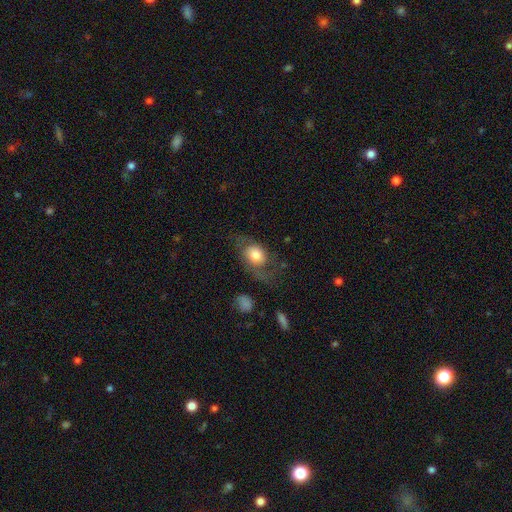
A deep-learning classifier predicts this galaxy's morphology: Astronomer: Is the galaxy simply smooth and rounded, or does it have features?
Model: smooth — 59%.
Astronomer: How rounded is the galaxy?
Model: in between — 57% (runner-up: round, 41%).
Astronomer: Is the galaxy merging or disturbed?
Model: none — 48% (runner-up: major disturbance, 26%).